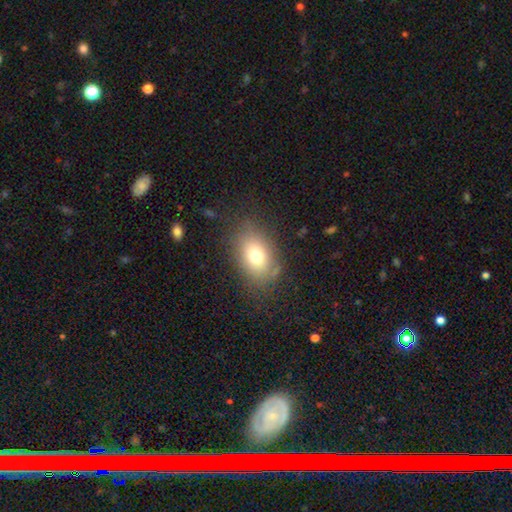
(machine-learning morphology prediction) smooth_or_featured: smooth (p=0.72) [alt: featured or disk p=0.16]
how_rounded: in between (p=0.78) [alt: round p=0.21]
merging: none (p=0.77) [alt: minor disturbance p=0.15]